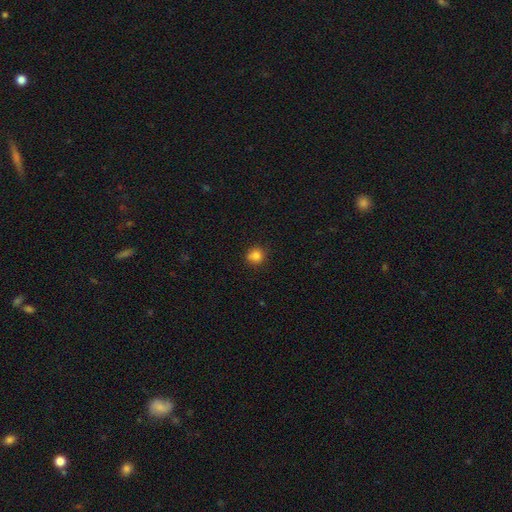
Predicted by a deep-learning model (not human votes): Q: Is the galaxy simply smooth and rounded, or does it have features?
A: smooth — 84%.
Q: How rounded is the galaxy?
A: round — 84%.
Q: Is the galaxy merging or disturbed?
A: none — 83%.